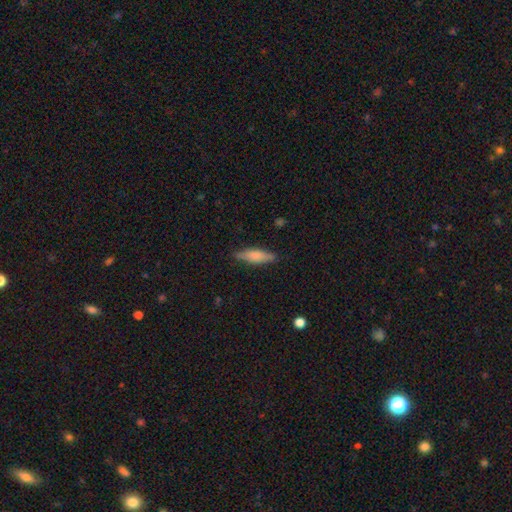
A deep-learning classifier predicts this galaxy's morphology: Smooth or featured? smooth (72%)
How rounded? cigar-shaped (58%)
Merging? none (81%)